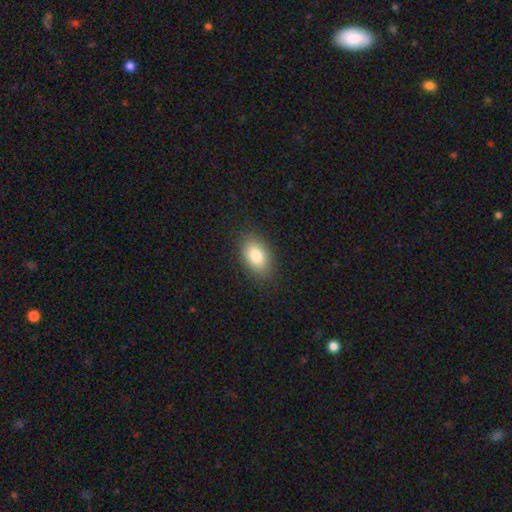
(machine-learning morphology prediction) A smooth galaxy with no disk features (82%) that is in between round and cigar-shaped (90%).

Vote fractions:
- Smooth or featured? smooth: 82% / featured or disk: 10% / star or artifact: 8%
- How rounded? in between: 90% / round: 8% / cigar-shaped: 2%
- Merging? none: 87% / minor disturbance: 10% / major disturbance: 3% / merger: 1%